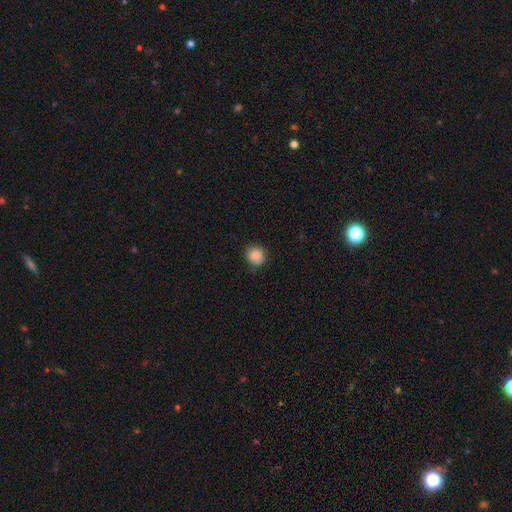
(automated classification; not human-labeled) The model was most divided on "merging": none: 79%, minor disturbance: 17%, major disturbance: 3%, merger: 2%. More confident: how rounded — round (87%); smooth or featured — smooth (85%).